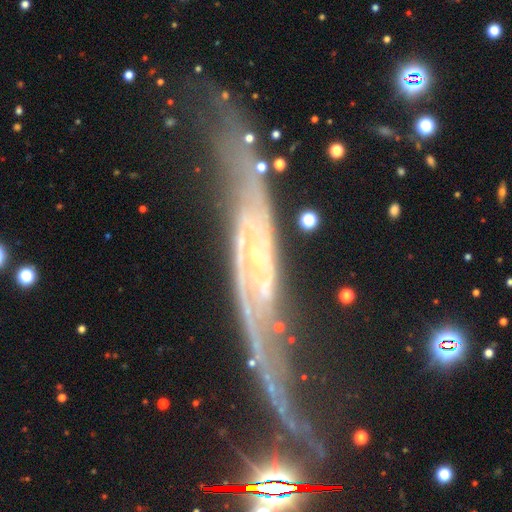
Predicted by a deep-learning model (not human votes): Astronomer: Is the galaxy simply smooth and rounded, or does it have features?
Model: featured or disk — 76%.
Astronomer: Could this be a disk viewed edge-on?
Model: no — 70%.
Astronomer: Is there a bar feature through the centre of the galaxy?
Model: no — 51% (runner-up: weak, 31%).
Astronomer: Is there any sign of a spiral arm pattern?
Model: yes — 78%.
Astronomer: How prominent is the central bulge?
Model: small — 55% (runner-up: moderate, 33%).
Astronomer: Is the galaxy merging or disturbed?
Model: none — 61%.